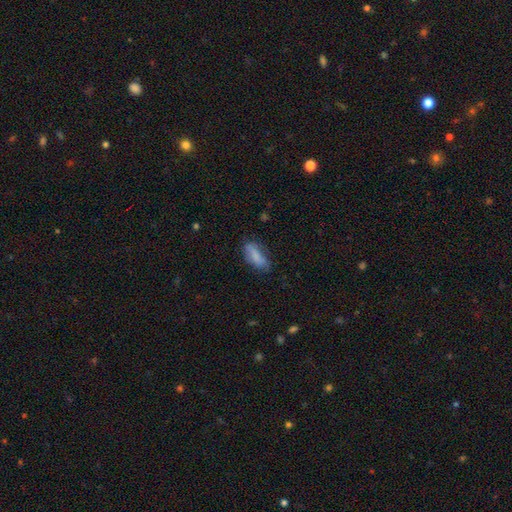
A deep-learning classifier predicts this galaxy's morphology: Smooth or featured? Predicted: smooth (p=0.75). How rounded? Predicted: in between (p=0.77). Merging? Predicted: none (p=0.62).